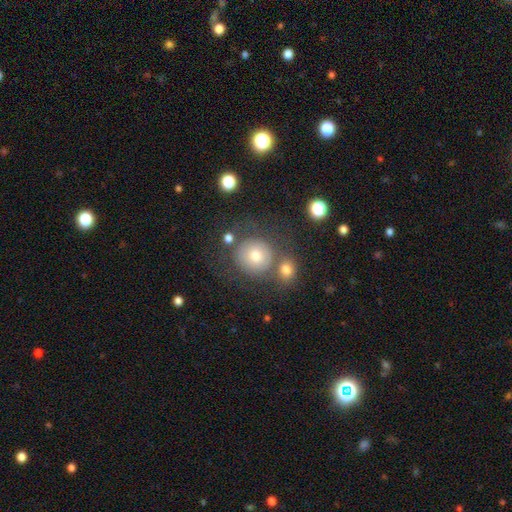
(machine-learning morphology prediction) smooth 68%, featured or disk 19%, star or artifact 14%. Down the decision tree: how rounded — round (90%); merging — none (67%).